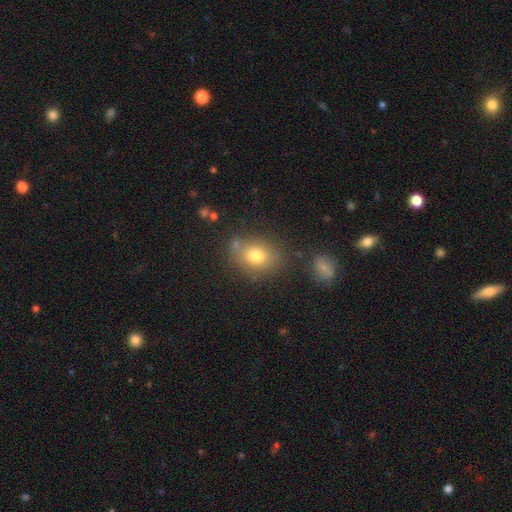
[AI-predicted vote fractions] Overall: smooth (76%). How rounded: in between (56%; round 43%). Merging: none (72%).